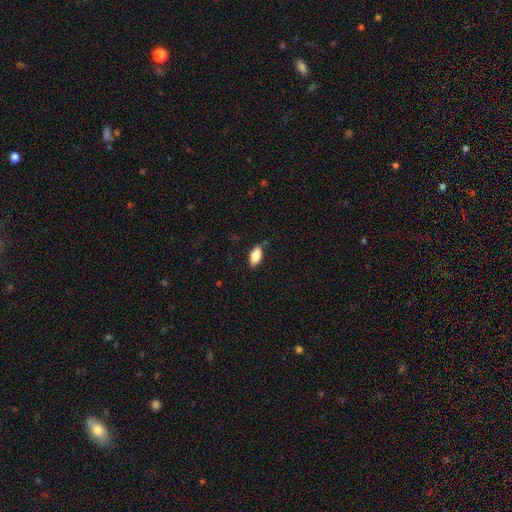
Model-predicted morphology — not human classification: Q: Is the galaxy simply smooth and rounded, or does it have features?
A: smooth — 83%.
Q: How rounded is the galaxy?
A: in between — 89%.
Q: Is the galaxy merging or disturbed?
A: none — 83%.